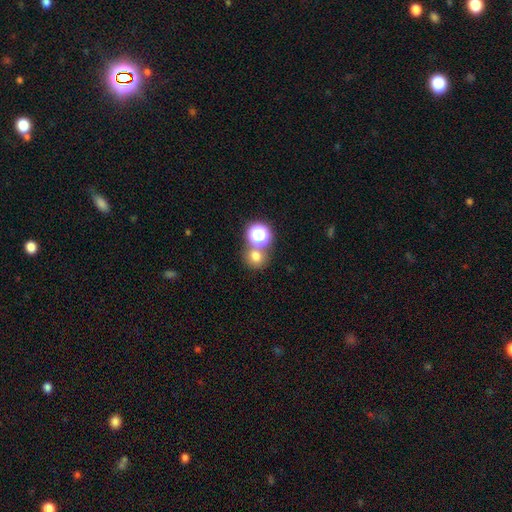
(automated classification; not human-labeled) smooth-or-featured: smooth: 70% | star or artifact: 21% | featured or disk: 9%
  how-rounded: round: 81% | in between: 18% | cigar-shaped: 1%
  merging: none: 61% | merger: 28% | minor disturbance: 8% | major disturbance: 4%